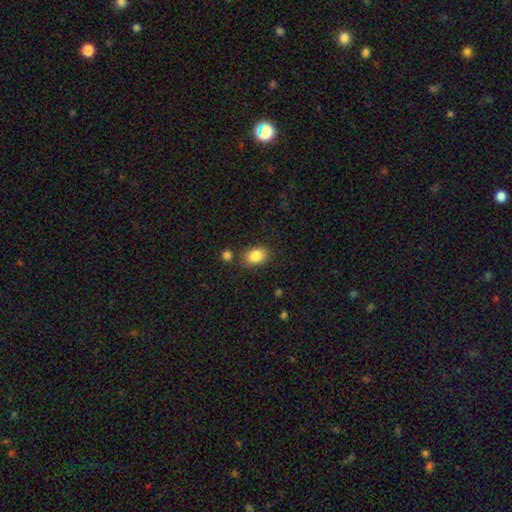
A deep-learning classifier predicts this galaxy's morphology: Smooth or featured: smooth — 86% (star or artifact — 8%)
How rounded: in between — 76% (round — 23%)
Merging: none — 78% (minor disturbance — 12%)